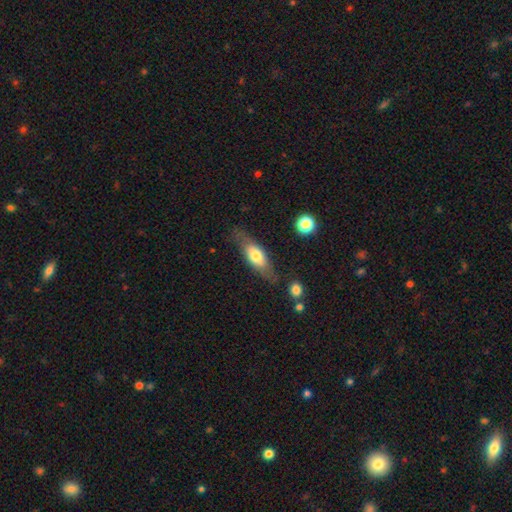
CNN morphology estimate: Q: Smooth or featured?
A: smooth (60%); runner-up: featured or disk (34%)
Q: How rounded?
A: in between (63%); runner-up: cigar-shaped (34%)
Q: Merging?
A: none (71%); runner-up: minor disturbance (19%)